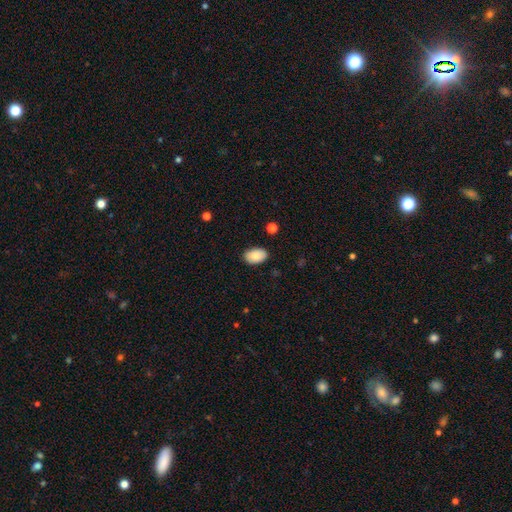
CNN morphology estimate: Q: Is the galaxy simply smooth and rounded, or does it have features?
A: smooth — 88%.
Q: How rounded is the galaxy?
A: in between — 91%.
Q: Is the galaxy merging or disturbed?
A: none — 86%.